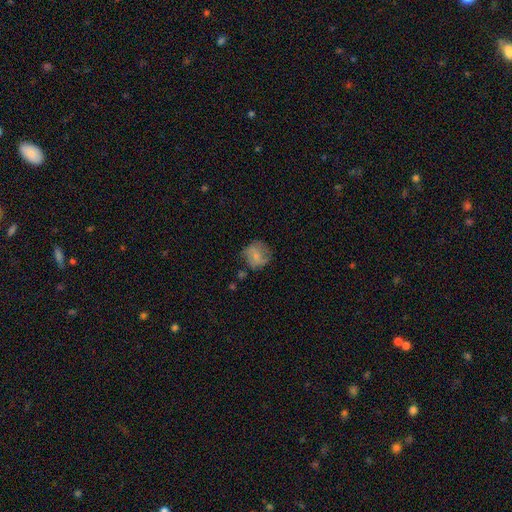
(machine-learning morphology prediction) Smooth or featured?
  - smooth: 58% *
  - featured or disk: 33%
  - star or artifact: 9%
How rounded?
  - round: 79% *
  - in between: 20%
  - cigar-shaped: 1%
Merging?
  - none: 56% *
  - minor disturbance: 26%
  - major disturbance: 14%
  - merger: 3%